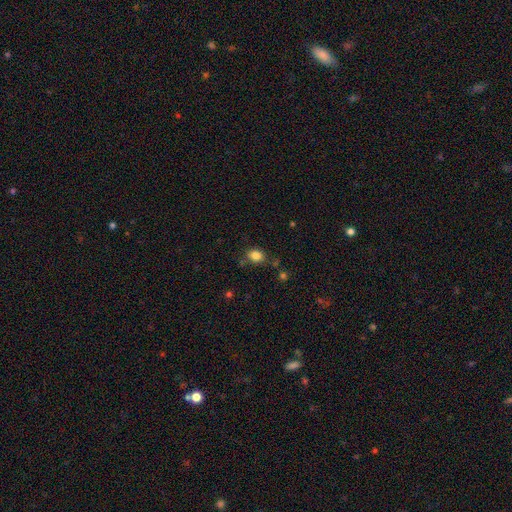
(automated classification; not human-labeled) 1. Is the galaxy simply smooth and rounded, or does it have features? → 83% smooth, 11% star or artifact, 6% featured or disk.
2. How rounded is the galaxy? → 58% in between, 41% round, 1% cigar-shaped.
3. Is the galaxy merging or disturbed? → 74% none, 16% minor disturbance, 6% merger, 4% major disturbance.